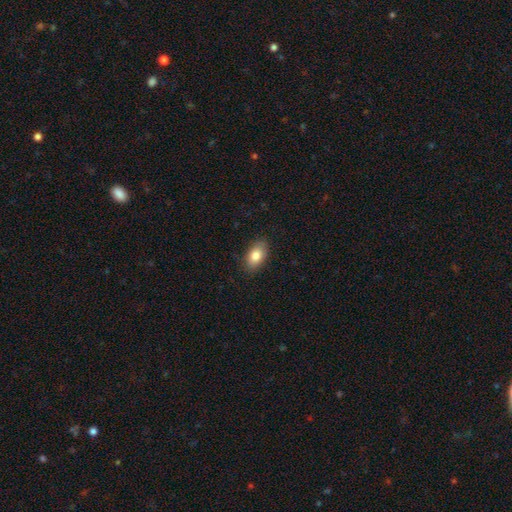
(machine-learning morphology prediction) Q: Smooth or featured?
A: smooth (82%); runner-up: featured or disk (10%)
Q: How rounded?
A: in between (91%); runner-up: round (7%)
Q: Merging?
A: none (86%); runner-up: minor disturbance (11%)